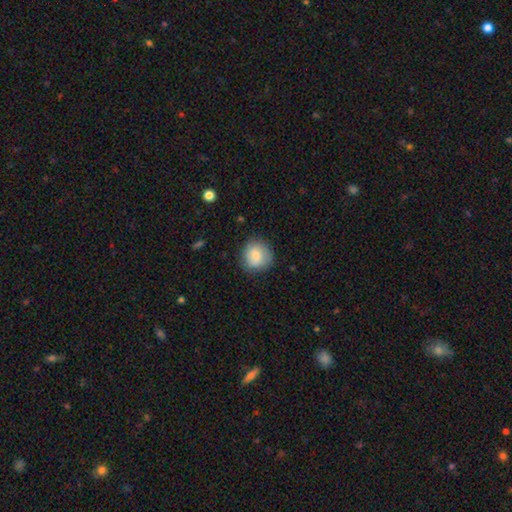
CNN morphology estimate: smooth 78%, featured or disk 14%, star or artifact 7%. Down the decision tree: how rounded — round (87%); merging — none (79%).